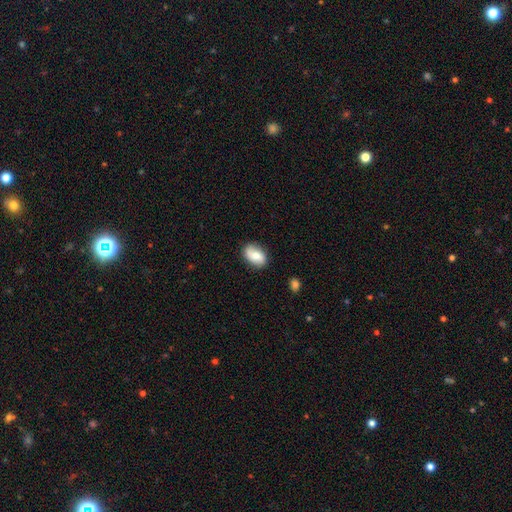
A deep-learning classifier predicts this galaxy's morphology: Q: Smooth or featured?
A: smooth (64%); runner-up: featured or disk (28%)
Q: How rounded?
A: in between (87%); runner-up: round (11%)
Q: Merging?
A: none (81%); runner-up: minor disturbance (15%)